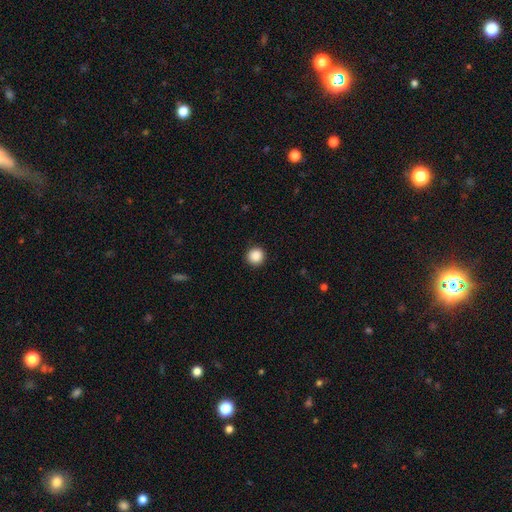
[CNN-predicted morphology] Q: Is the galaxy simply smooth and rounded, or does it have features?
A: smooth — 88%.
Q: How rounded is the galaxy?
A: round — 94%.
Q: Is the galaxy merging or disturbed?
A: none — 92%.